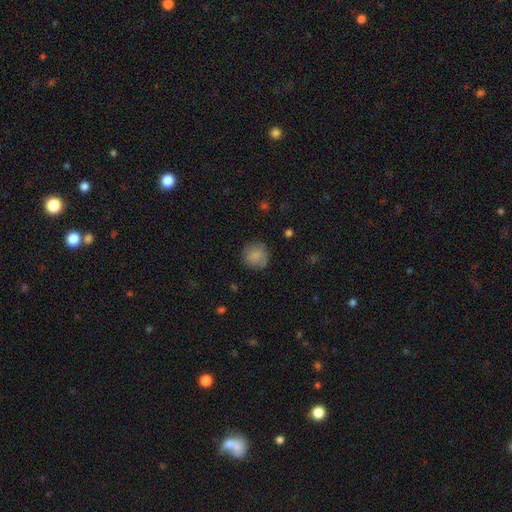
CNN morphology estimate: This is clearly a smooth galaxy (82%). How rounded: clearly round (90%). Merging: likely none (78%).